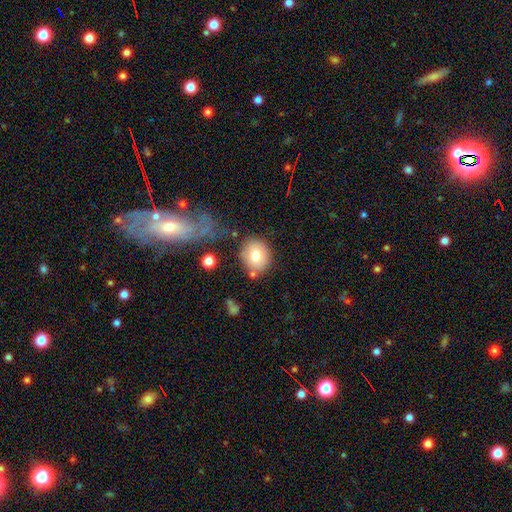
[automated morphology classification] Q: Smooth or featured?
A: smooth (77%); runner-up: featured or disk (14%)
Q: How rounded?
A: round (76%); runner-up: in between (24%)
Q: Merging?
A: none (73%); runner-up: minor disturbance (14%)